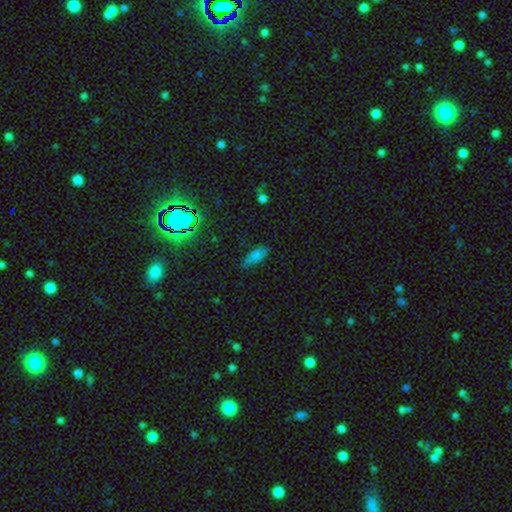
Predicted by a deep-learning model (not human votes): This is likely a smooth galaxy (77%). How rounded: likely in between (70%). Merging: likely none (76%).